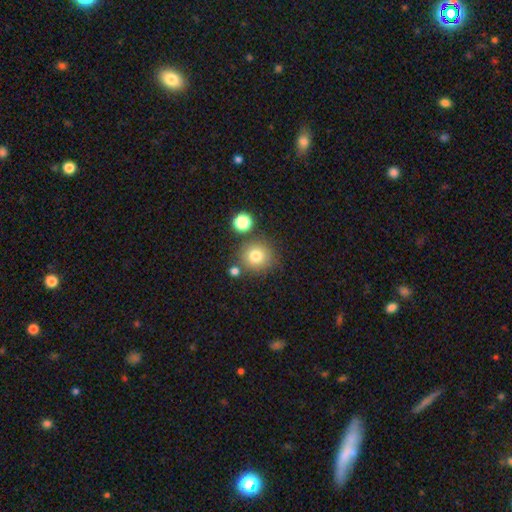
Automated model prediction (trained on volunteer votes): Smooth or featured? smooth (78%)
How rounded? round (91%)
Merging? none (76%)